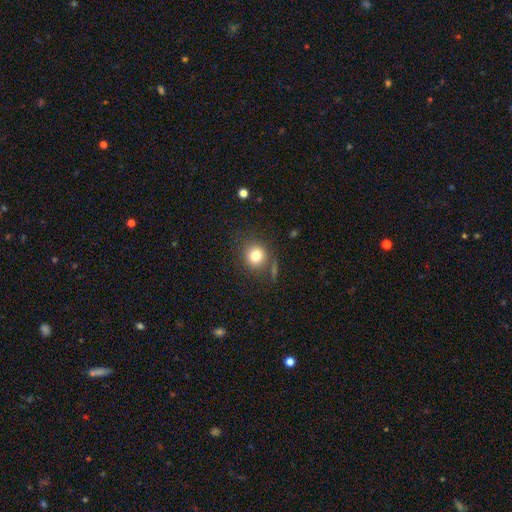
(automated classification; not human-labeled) Q: Smooth or featured?
A: smooth (79%); runner-up: star or artifact (12%)
Q: How rounded?
A: round (87%); runner-up: in between (12%)
Q: Merging?
A: none (77%); runner-up: minor disturbance (12%)